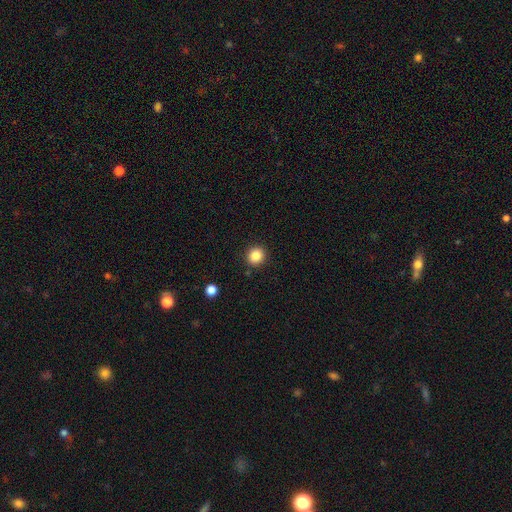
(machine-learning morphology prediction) Smooth or featured? Predicted: smooth (p=0.85). How rounded? Predicted: round (p=0.88). Merging? Predicted: none (p=0.90).